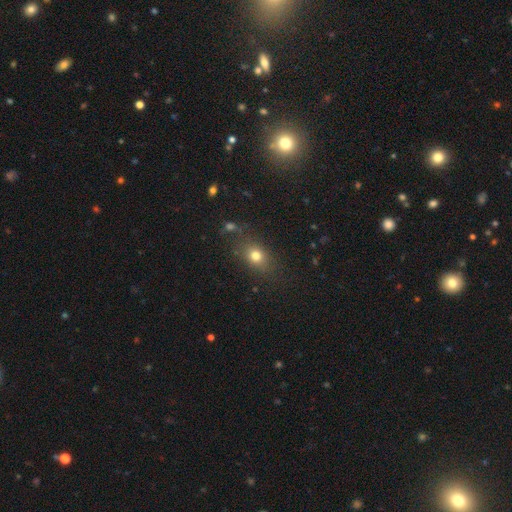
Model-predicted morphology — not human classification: smooth 75%, star or artifact 14%, featured or disk 10%. Down the decision tree: how rounded — in between (57%); merging — none (76%).